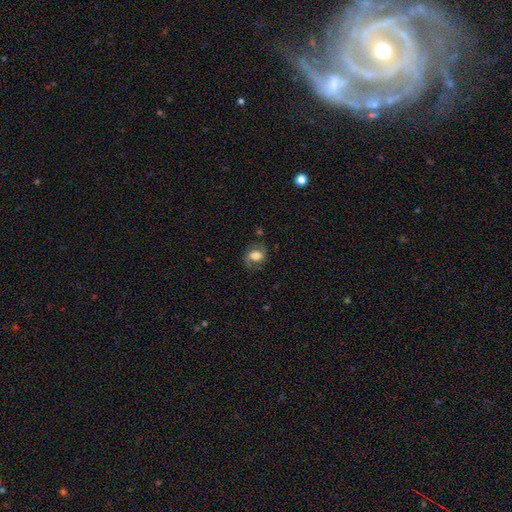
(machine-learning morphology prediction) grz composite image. It shows a smooth galaxy with no disk features (54%) that is in between round and cigar-shaped (63%). Merging: none (64%).